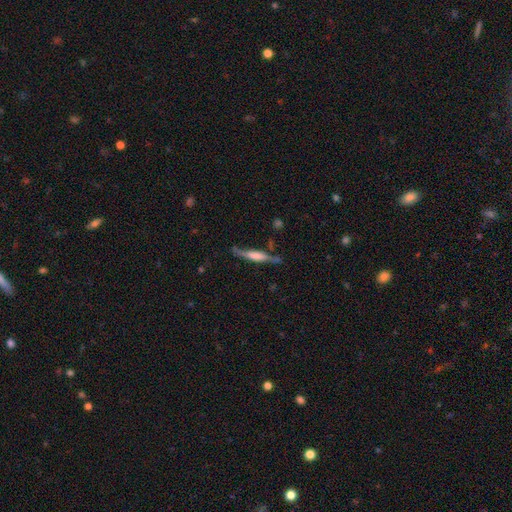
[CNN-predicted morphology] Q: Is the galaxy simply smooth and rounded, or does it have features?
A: featured or disk — 56%.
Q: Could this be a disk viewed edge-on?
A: yes — 87%.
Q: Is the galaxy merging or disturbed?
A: none — 64%.